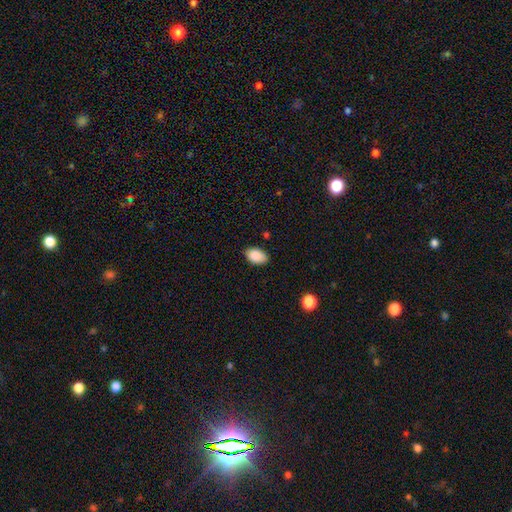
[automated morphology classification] This is clearly a smooth galaxy (88%). How rounded: clearly in between (92%). Merging: clearly none (85%).